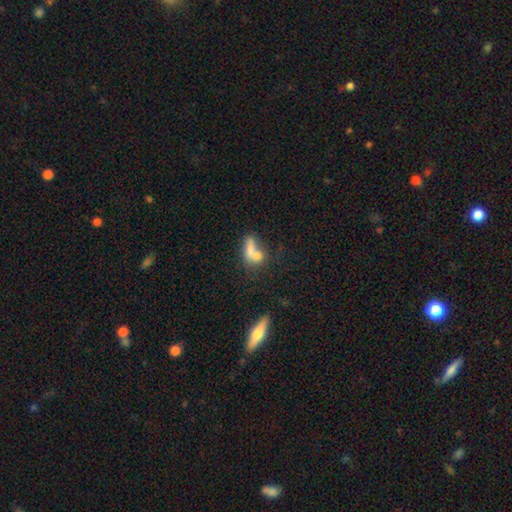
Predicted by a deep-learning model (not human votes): Smooth or featured? Predicted: smooth (p=0.70). How rounded? Predicted: in between (p=0.62). Merging? Predicted: merger (p=0.55).